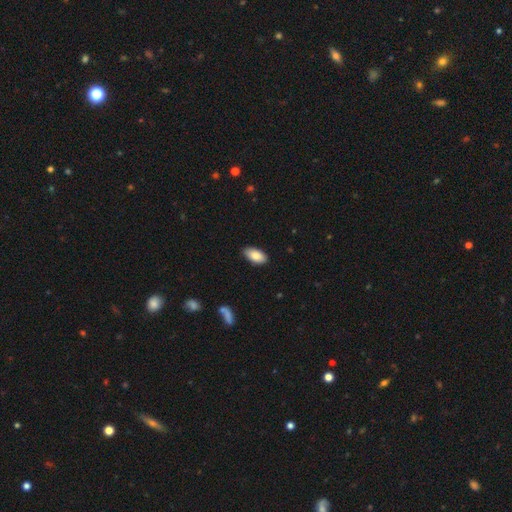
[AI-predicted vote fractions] Morphology: type=smooth (85%); roundness=in between (94%); merging=none (88%).